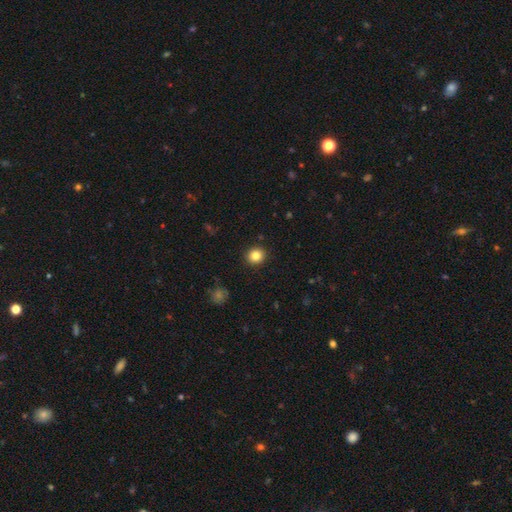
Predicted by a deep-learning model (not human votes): Overall: smooth (83%). How rounded: round (89%). Merging: none (92%).